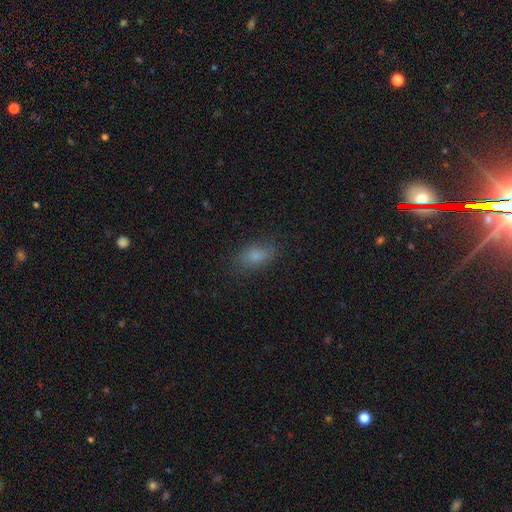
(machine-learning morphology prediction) Smooth or featured? Predicted: smooth (p=0.76). How rounded? Predicted: in between (p=0.86). Merging? Predicted: none (p=0.79).